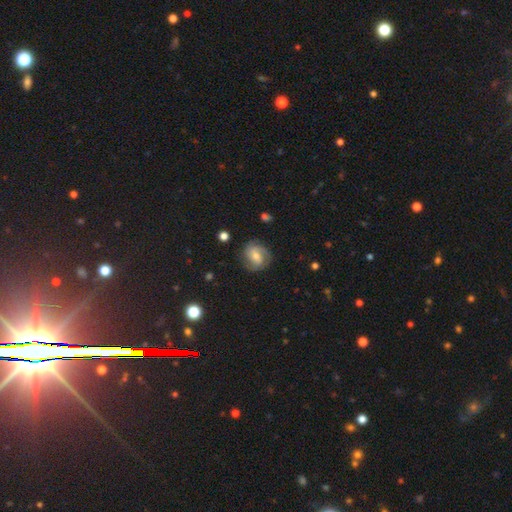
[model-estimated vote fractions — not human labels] Q: Smooth or featured?
A: featured or disk (72%); runner-up: smooth (20%)
Q: Edge-on disk?
A: no (98%); runner-up: yes (2%)
Q: Bar?
A: no (45%); runner-up: weak (42%)
Q: Spiral arms?
A: yes (94%); runner-up: no (6%)
Q: Spiral winding?
A: tight (44%); runner-up: medium (43%)
Q: Spiral arm count?
A: 2 (53%); runner-up: 3 (23%)
Q: Bulge size?
A: moderate (49%); runner-up: small (43%)
Q: Merging?
A: none (78%); runner-up: minor disturbance (15%)